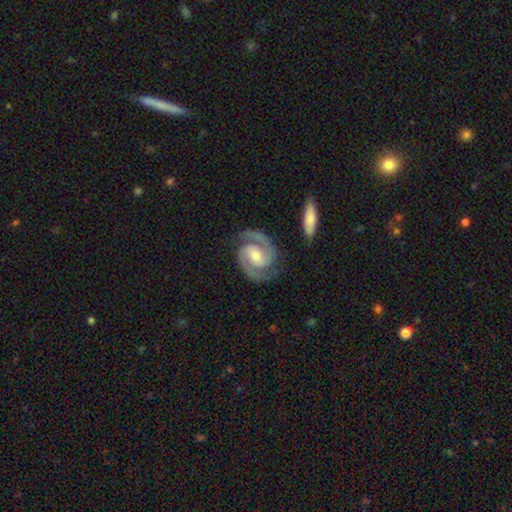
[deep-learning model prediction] Smooth or featured: featured or disk — 93% (star or artifact — 4%)
Edge-on disk: no — 98% (yes — 2%)
Bar: weak — 41% (no — 35%)
Spiral arms: yes — 99% (no — 1%)
Spiral winding: medium — 48% (tight — 46%)
Spiral arm count: 2 — 94% (3 — 2%)
Bulge size: moderate — 58% (small — 36%)
Merging: none — 84% (minor disturbance — 11%)